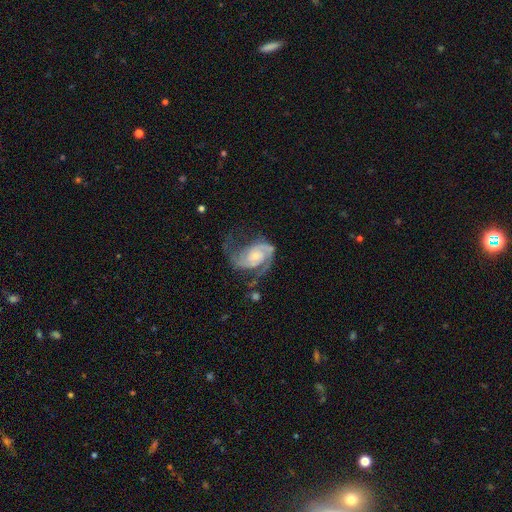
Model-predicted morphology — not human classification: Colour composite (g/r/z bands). It shows a featured or disk galaxy (89%) with no bar (67%), 2 (87%) medium (48%) spiral arms (97%) and a small central bulge (54%). Merging: none (51%).